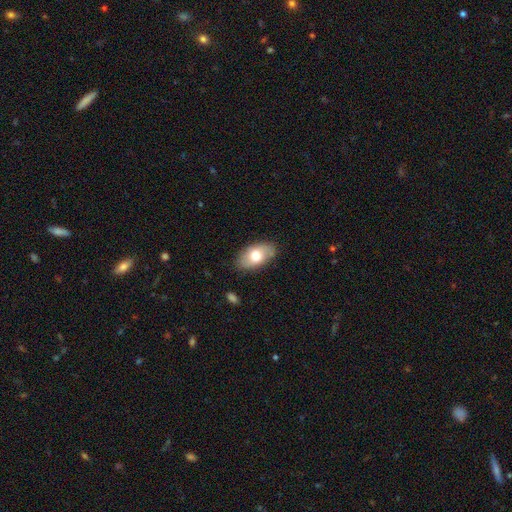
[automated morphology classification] Smooth or featured?
  - smooth: 67% *
  - featured or disk: 26%
  - star or artifact: 6%
How rounded?
  - in between: 93% *
  - round: 5%
  - cigar-shaped: 2%
Merging?
  - none: 81% *
  - minor disturbance: 14%
  - major disturbance: 3%
  - merger: 1%